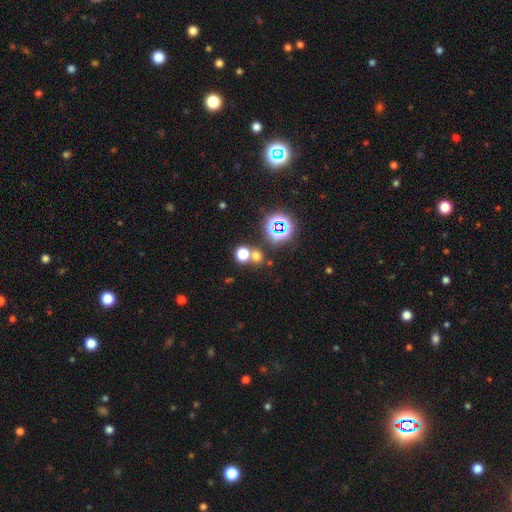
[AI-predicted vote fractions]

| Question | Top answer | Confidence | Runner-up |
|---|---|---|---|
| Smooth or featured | smooth | 58% | star or artifact (34%) |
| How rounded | round | 82% | in between (17%) |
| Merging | none | 65% | merger (25%) |